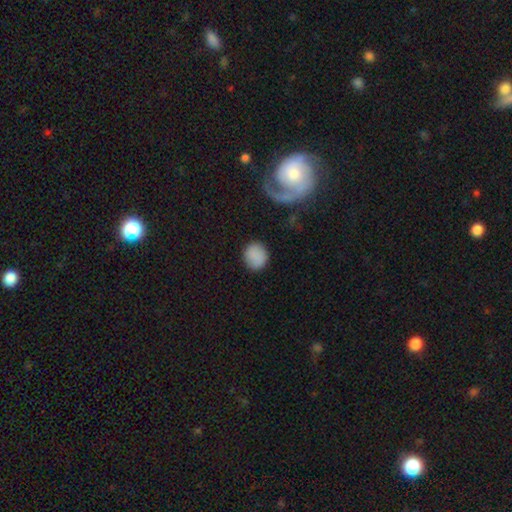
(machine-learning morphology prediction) smooth 86%, star or artifact 8%, featured or disk 6%. Down the decision tree: how rounded — round (80%); merging — none (87%).